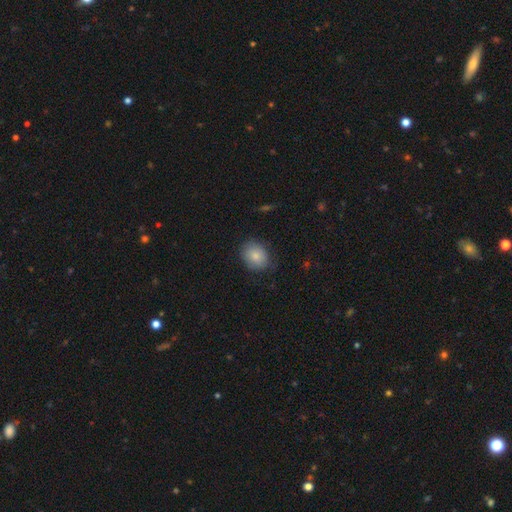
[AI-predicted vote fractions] Morphology: type=smooth (83%); roundness=round (54%); merging=none (77%).